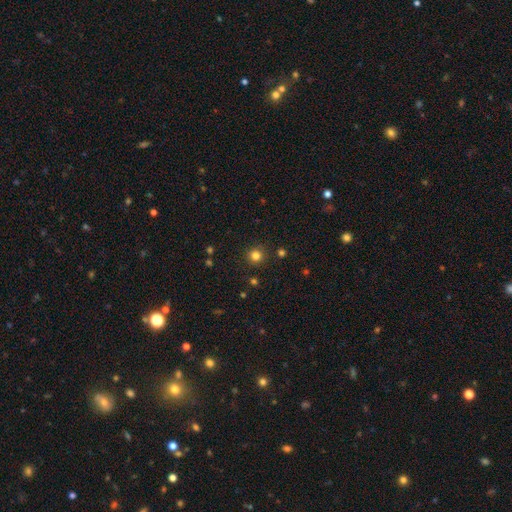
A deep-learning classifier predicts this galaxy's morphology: Smooth or featured? Predicted: smooth (p=0.80). How rounded? Predicted: round (p=0.94). Merging? Predicted: none (p=0.90).